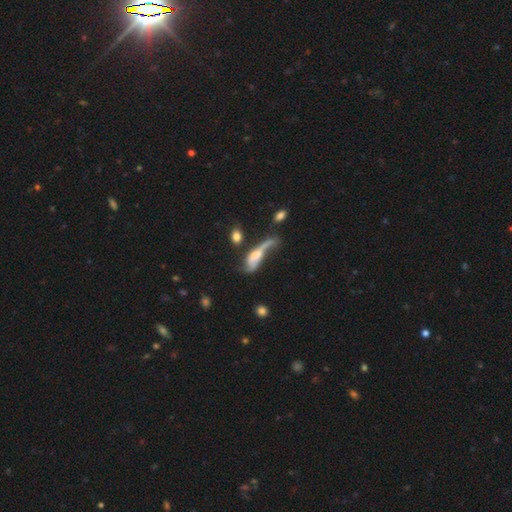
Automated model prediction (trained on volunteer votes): The model was most divided on "smooth or featured": featured or disk: 55%, smooth: 36%, star or artifact: 9%. Remaining: edge-on disk — no (75%); merging — major disturbance (43%).